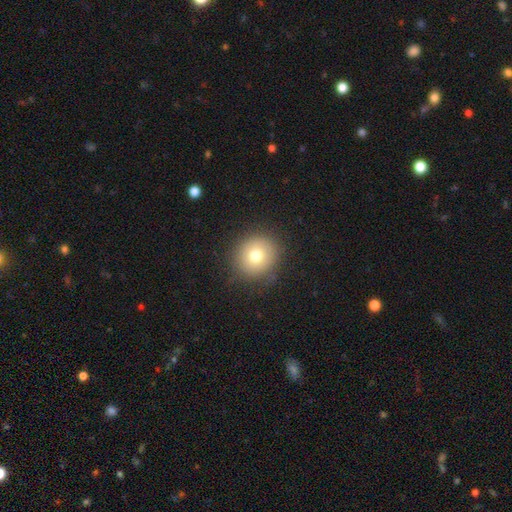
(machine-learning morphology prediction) A smooth galaxy with no disk features (74%) that is round (88%). Merging: none (87%).